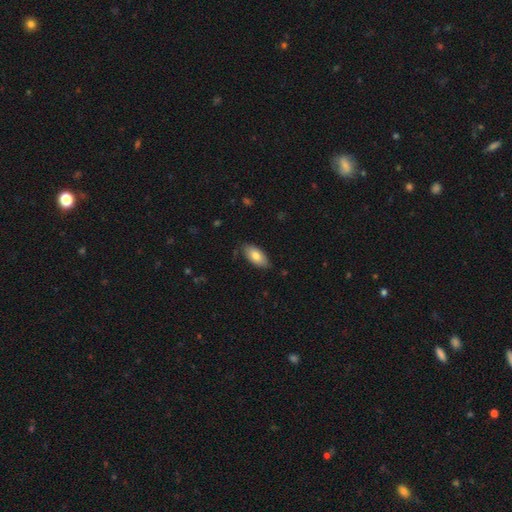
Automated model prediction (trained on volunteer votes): Overall: smooth (80%). How rounded: in between (93%). Merging: none (79%).